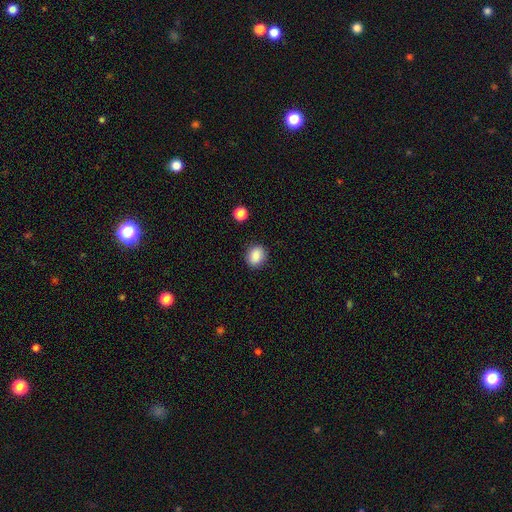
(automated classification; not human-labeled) smooth 87%, star or artifact 9%, featured or disk 4%. Down the decision tree: how rounded — round (54%); merging — none (86%).